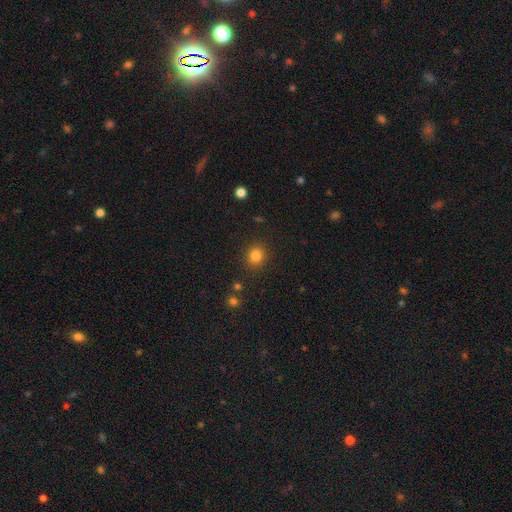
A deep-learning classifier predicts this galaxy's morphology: A smooth galaxy with no disk features (83%) that is round (81%). Merging: none (88%).